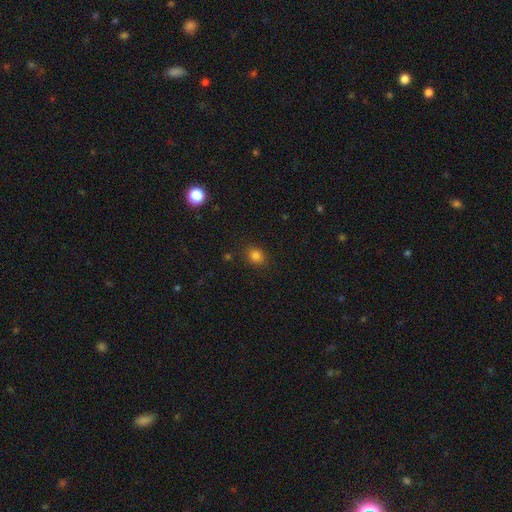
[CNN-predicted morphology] Smooth or featured?
  - smooth: 81% *
  - star or artifact: 14%
  - featured or disk: 5%
How rounded?
  - round: 59% *
  - in between: 40%
  - cigar-shaped: 1%
Merging?
  - none: 86% *
  - minor disturbance: 10%
  - major disturbance: 2%
  - merger: 2%